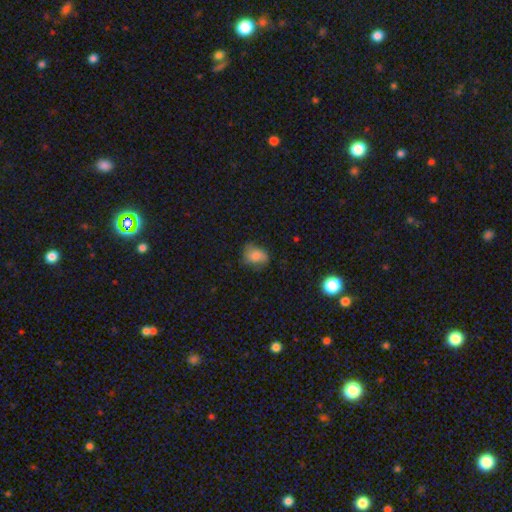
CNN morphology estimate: This is likely a smooth galaxy (71%). How rounded: possibly in between (58%). Merging: likely none (62%).